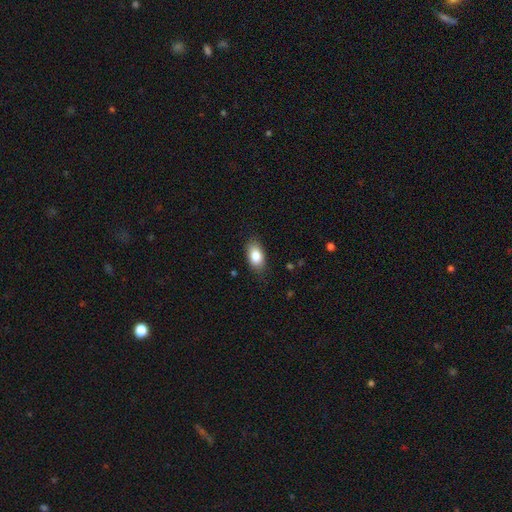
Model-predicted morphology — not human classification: This appears to be a smooth galaxy with no disk features (85%) that is in between round and cigar-shaped (90%). Merging: none (82%).